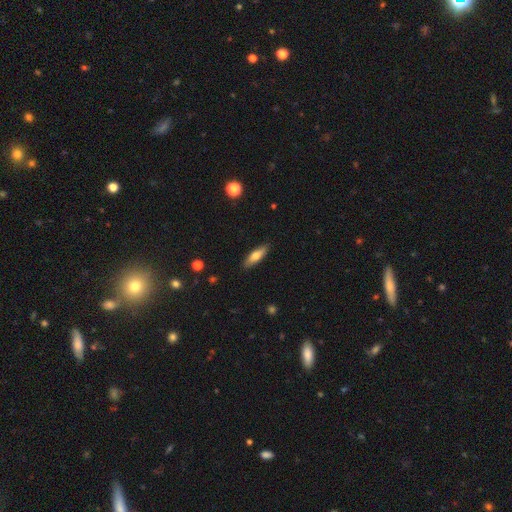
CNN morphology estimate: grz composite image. It shows a smooth galaxy with no disk features (65%) that is cigar-shaped (53%). Merging: none (88%).